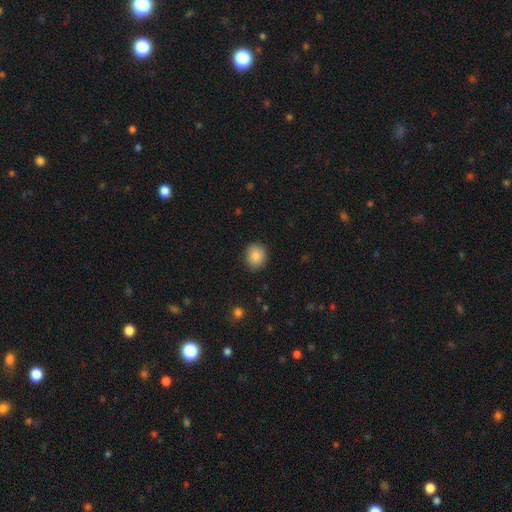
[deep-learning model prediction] This is clearly a smooth galaxy (86%). How rounded: likely round (73%). Merging: clearly none (88%).